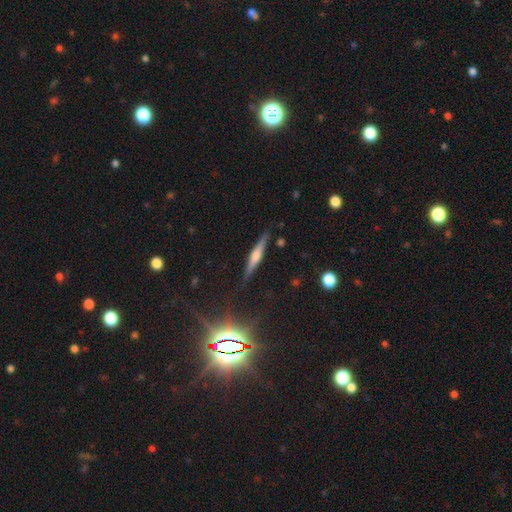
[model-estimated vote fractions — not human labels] A featured or disk galaxy (61%) viewed edge-on (97%) with a rounded central bulge (81%). Merging: none (88%).